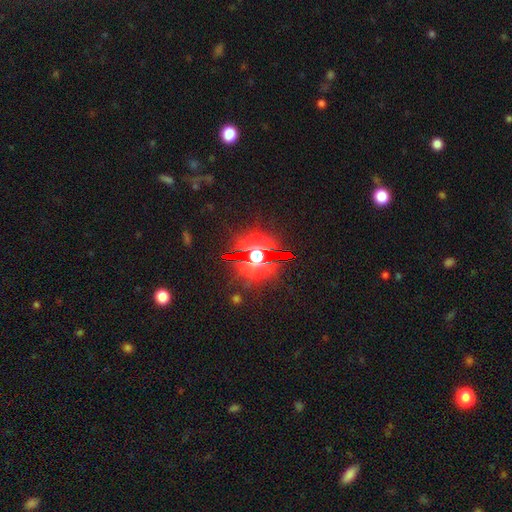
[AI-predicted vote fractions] Overall: star or artifact (76%).